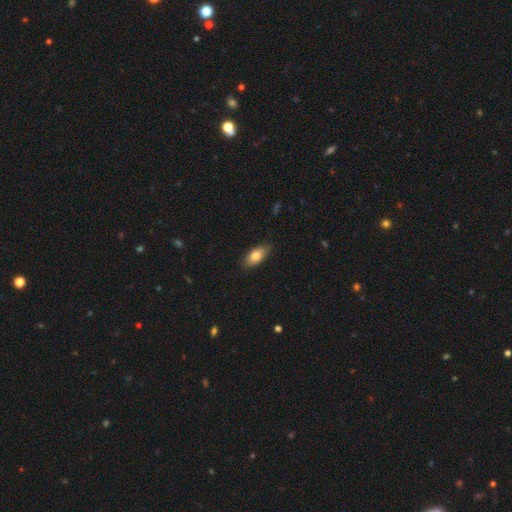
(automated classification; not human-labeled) smooth-or-featured: smooth: 77% | featured or disk: 17% | star or artifact: 6%
  how-rounded: in between: 84% | cigar-shaped: 13% | round: 3%
  merging: none: 86% | minor disturbance: 11% | major disturbance: 2% | merger: 1%